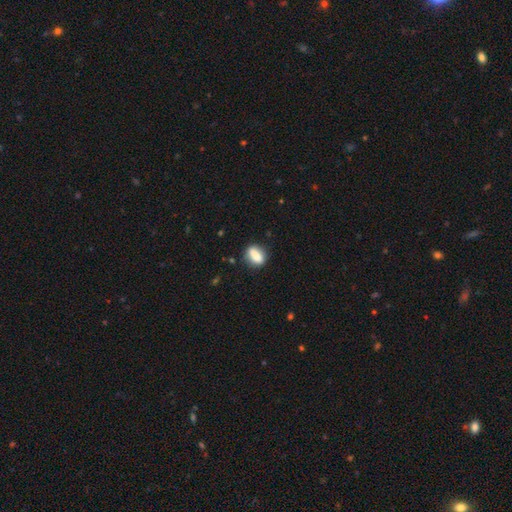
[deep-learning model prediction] smooth_or_featured: smooth (p=0.74) [alt: featured or disk p=0.18]
how_rounded: in between (p=0.59) [alt: round p=0.25]
merging: none (p=0.75) [alt: minor disturbance p=0.15]